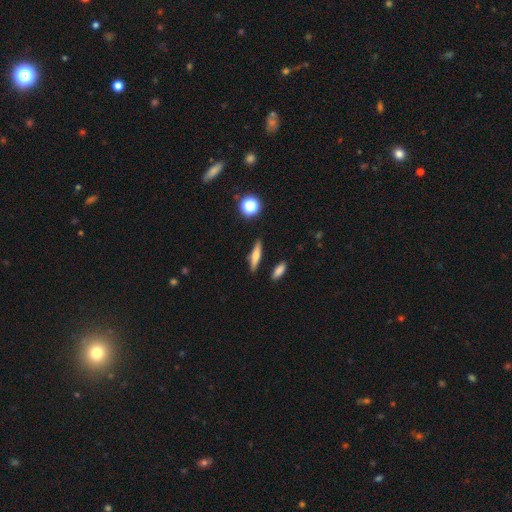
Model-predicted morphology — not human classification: smooth-or-featured: smooth: 59% | featured or disk: 31% | star or artifact: 9%
  how-rounded: cigar-shaped: 75% | in between: 20% | round: 5%
  merging: none: 86% | minor disturbance: 9% | merger: 3% | major disturbance: 2%